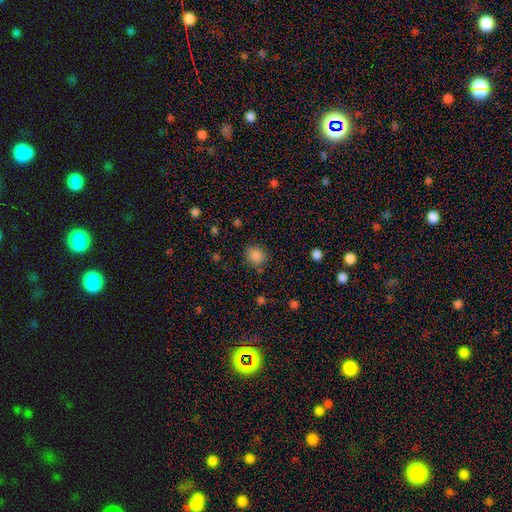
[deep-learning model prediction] This appears to be a smooth galaxy with no disk features (85%) that is round (74%). Merging: none (83%).